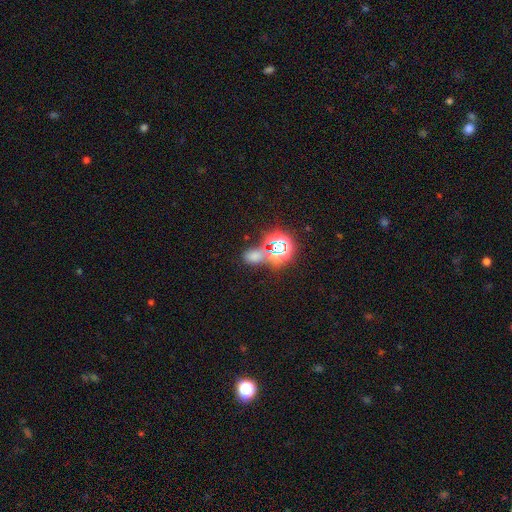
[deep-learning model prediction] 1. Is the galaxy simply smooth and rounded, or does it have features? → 47% smooth, 45% star or artifact, 8% featured or disk.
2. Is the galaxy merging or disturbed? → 61% none, 19% merger, 13% minor disturbance, 7% major disturbance.